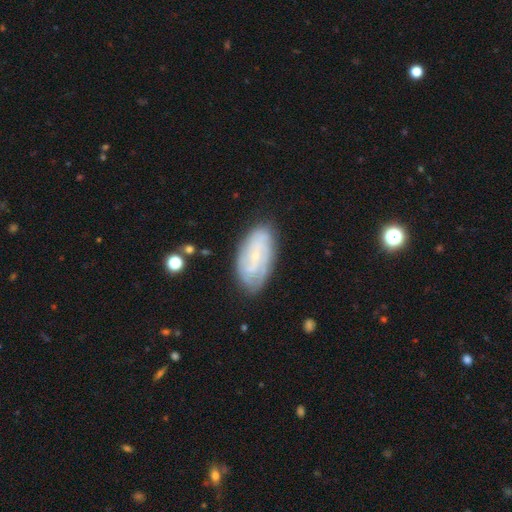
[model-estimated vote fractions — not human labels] smooth_or_featured: featured or disk (p=0.67) [alt: smooth p=0.26]
disk_edge_on: no (p=0.94) [alt: yes p=0.06]
bar: no (p=0.53) [alt: weak p=0.36]
has_spiral_arms: yes (p=0.87) [alt: no p=0.13]
spiral_winding: tight (p=0.54) [alt: medium p=0.33]
spiral_arm_count: can't tell (p=0.40) [alt: 2 p=0.30]
bulge_size: small (p=0.80) [alt: moderate p=0.13]
merging: none (p=0.77) [alt: minor disturbance p=0.17]